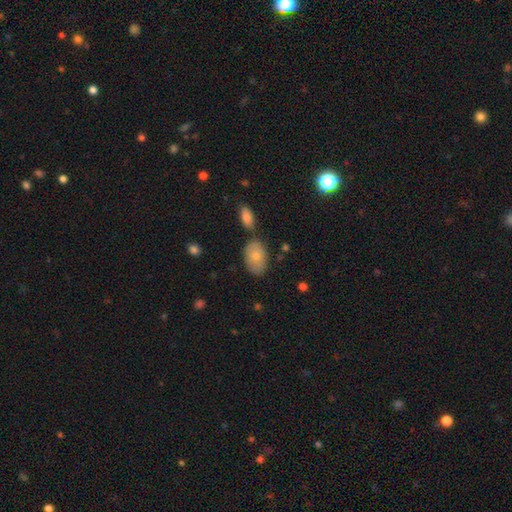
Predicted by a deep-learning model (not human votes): smooth-or-featured: smooth: 75% | featured or disk: 19% | star or artifact: 7%
  how-rounded: in between: 90% | round: 8% | cigar-shaped: 1%
  merging: none: 67% | minor disturbance: 17% | merger: 11% | major disturbance: 4%